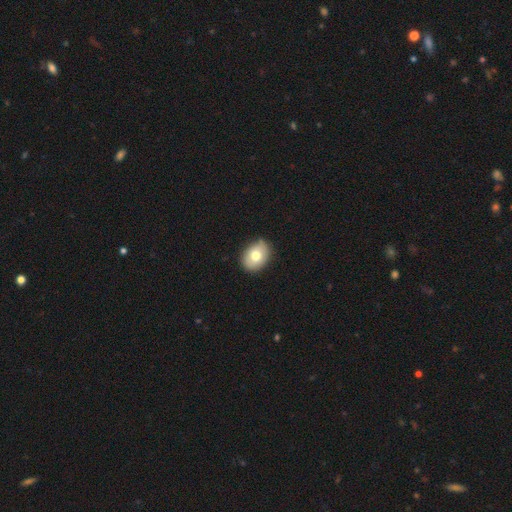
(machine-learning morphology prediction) Smooth or featured? Predicted: smooth (p=0.73). How rounded? Predicted: in between (p=0.67). Merging? Predicted: none (p=0.80).